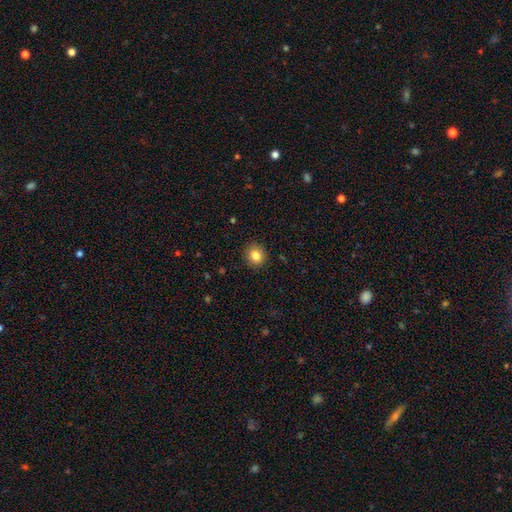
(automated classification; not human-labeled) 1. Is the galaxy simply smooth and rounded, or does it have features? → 84% smooth, 10% star or artifact, 6% featured or disk.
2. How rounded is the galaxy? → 88% round, 12% in between, 1% cigar-shaped.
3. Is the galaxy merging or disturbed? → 91% none, 6% minor disturbance, 2% major disturbance, 1% merger.